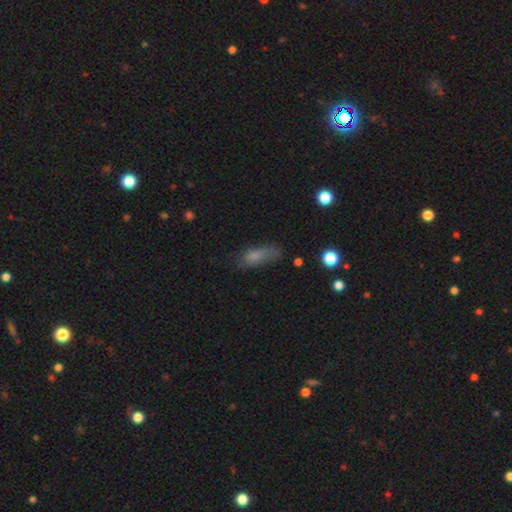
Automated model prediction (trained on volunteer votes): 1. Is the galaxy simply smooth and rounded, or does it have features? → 71% smooth, 17% featured or disk, 12% star or artifact.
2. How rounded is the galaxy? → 64% in between, 32% cigar-shaped, 4% round.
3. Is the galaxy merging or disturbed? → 47% none, 31% minor disturbance, 18% major disturbance, 4% merger.